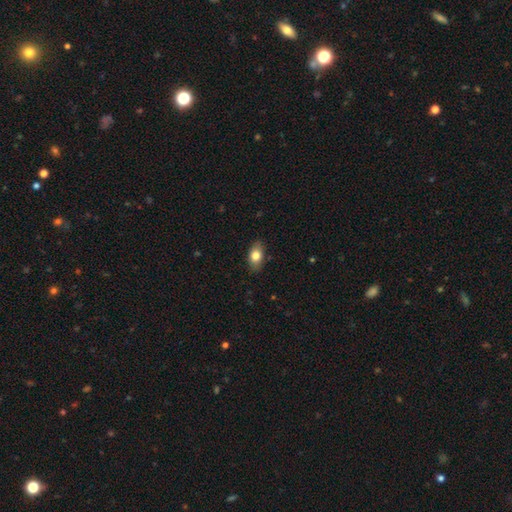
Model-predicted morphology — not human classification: This is likely a smooth galaxy (79%). How rounded: clearly in between (87%). Merging: clearly none (84%).